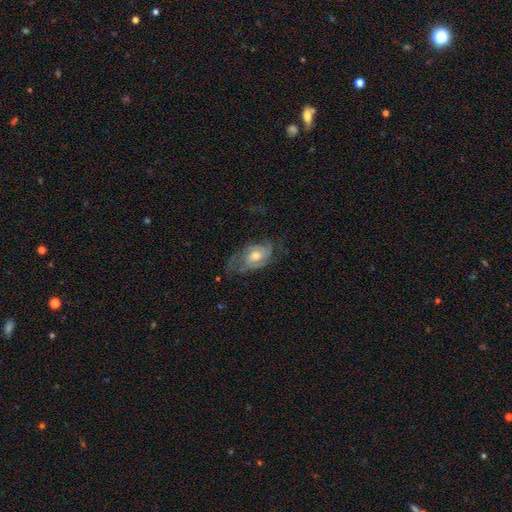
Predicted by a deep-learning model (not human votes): featured or disk 67%, smooth 25%, star or artifact 7%. Down the decision tree: edge-on disk — no (93%); bar — no (73%); spiral arms — yes (81%); spiral arm count — 2 (44%); spiral winding — medium (41%); bulge size — moderate (70%); merging — none (51%).